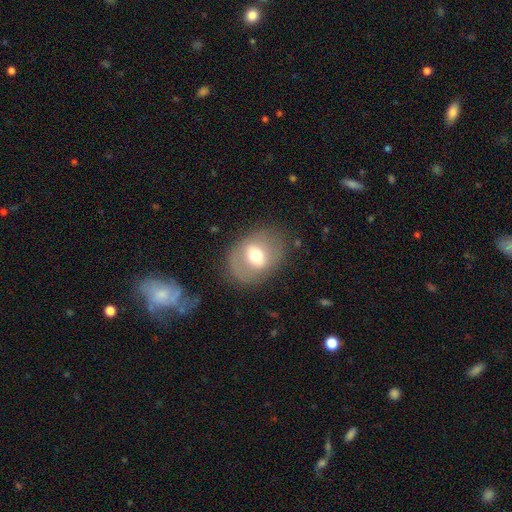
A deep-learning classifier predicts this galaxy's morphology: Smooth or featured?
  - smooth: 53% *
  - featured or disk: 38%
  - star or artifact: 9%
How rounded?
  - in between: 53% *
  - round: 45%
  - cigar-shaped: 1%
Merging?
  - none: 77% *
  - minor disturbance: 14%
  - major disturbance: 8%
  - merger: 1%